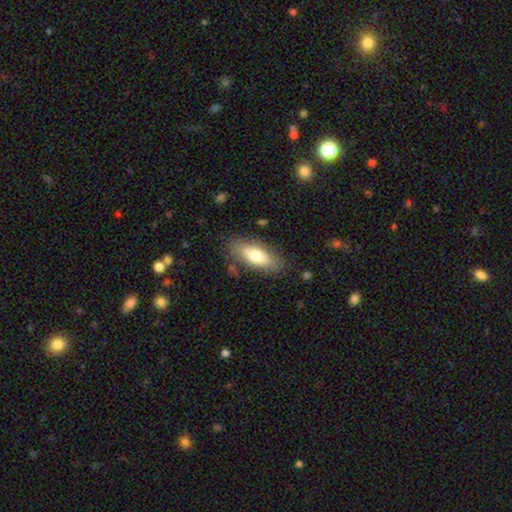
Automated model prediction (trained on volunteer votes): This appears to be a smooth galaxy with no disk features (70%) that is in between round and cigar-shaped (81%). Merging: none (80%).